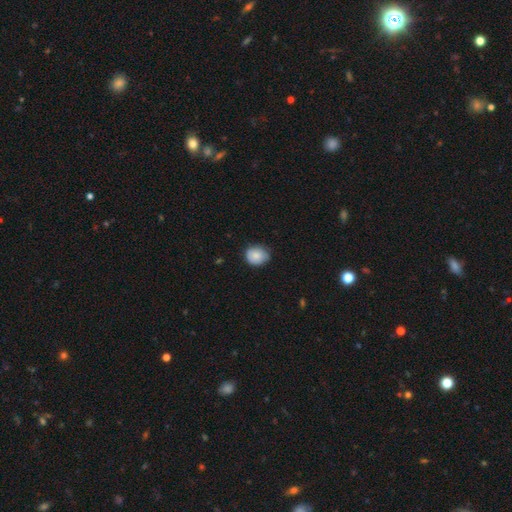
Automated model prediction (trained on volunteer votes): Smooth or featured? smooth (84%)
How rounded? round (68%)
Merging? none (72%)